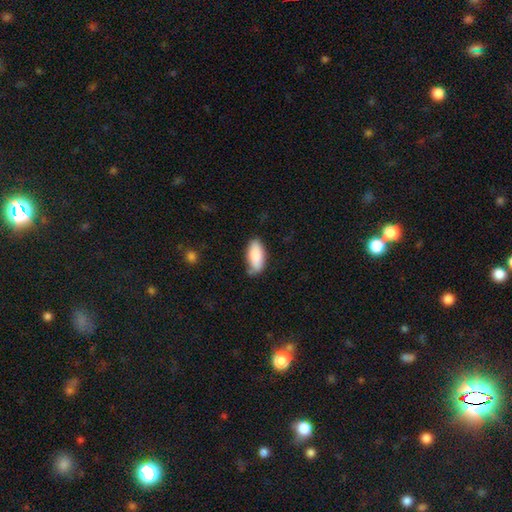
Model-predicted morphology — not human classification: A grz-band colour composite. It shows a smooth galaxy with no disk features (86%) that is in between round and cigar-shaped (87%). Merging: none (70%).